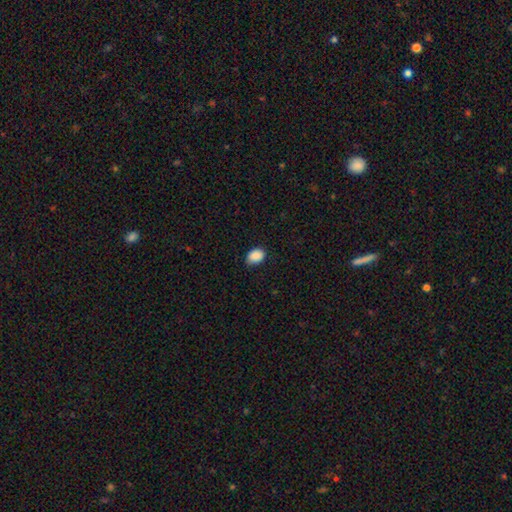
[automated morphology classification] The model was most divided on "how rounded": in between: 79%, round: 20%, cigar-shaped: 1%. More confident: smooth or featured — smooth (90%); merging — none (79%).